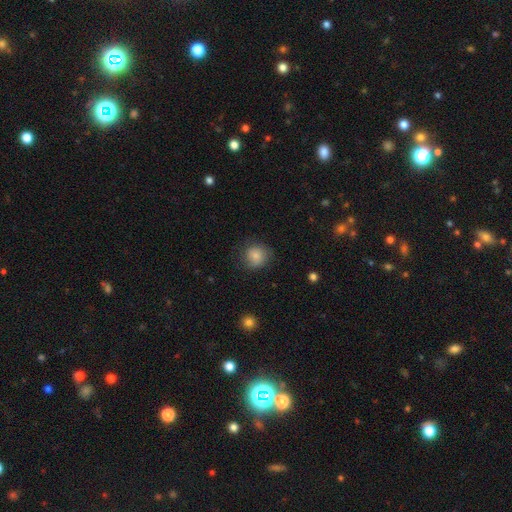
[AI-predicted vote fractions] smooth 82%, featured or disk 10%, star or artifact 8%. Down the decision tree: how rounded — round (85%); merging — none (76%).